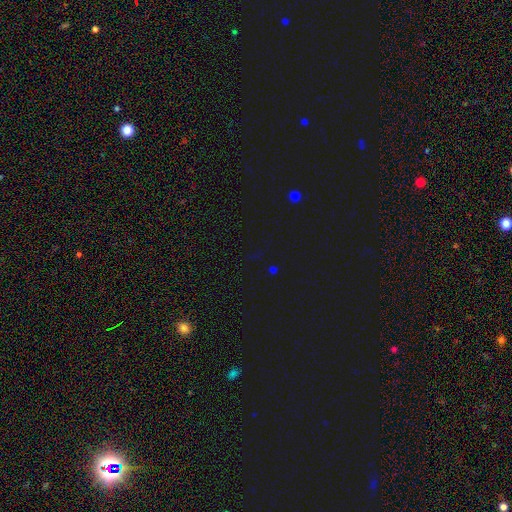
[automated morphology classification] A star or artifact, not a galaxy (70%).

Vote fractions:
- Smooth or featured? star or artifact: 70% / smooth: 23% / featured or disk: 7%